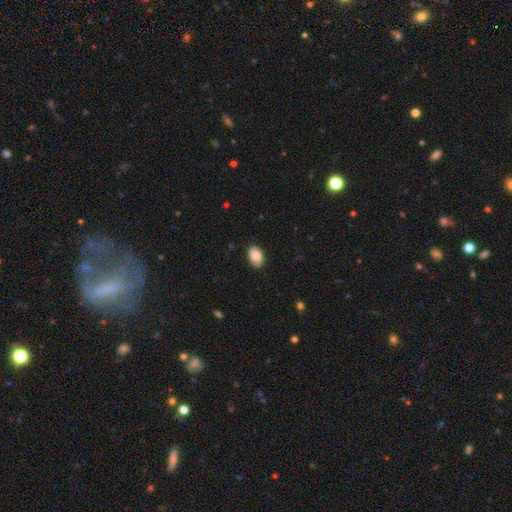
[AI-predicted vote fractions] This appears to be a smooth galaxy with no disk features (85%) that is in between round and cigar-shaped (89%). Merging: none (85%).